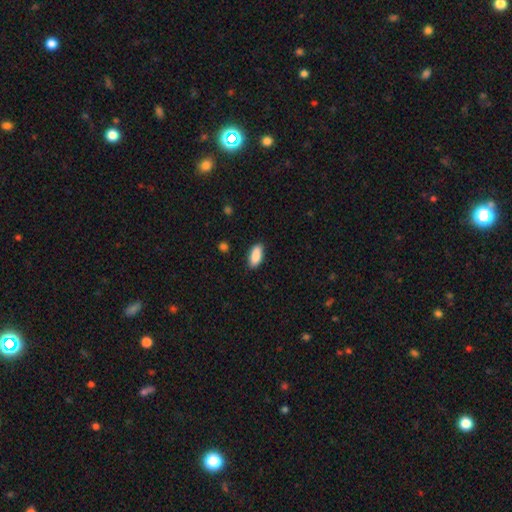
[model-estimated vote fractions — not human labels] The model was most divided on "merging": none: 85%, minor disturbance: 11%, major disturbance: 2%, merger: 1%. More confident: smooth or featured — smooth (90%); how rounded — in between (87%).